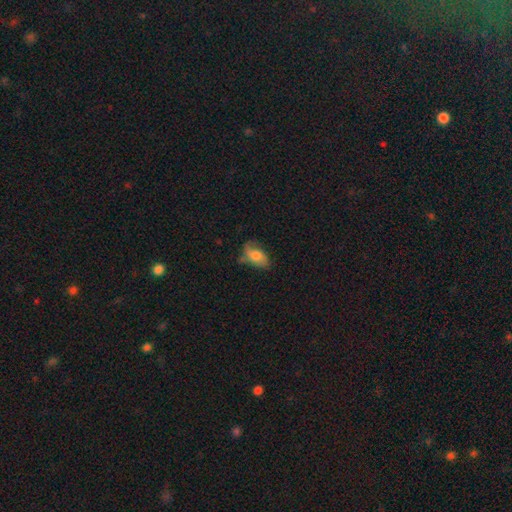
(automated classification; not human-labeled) Overall: smooth (62%; featured or disk 30%). How rounded: in between (89%). Merging: none (44%; minor disturbance 34%).